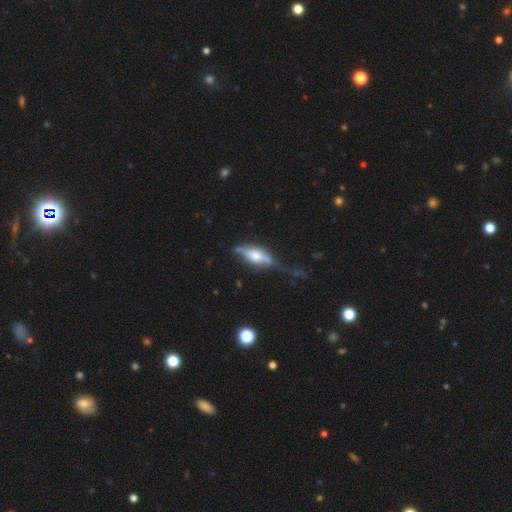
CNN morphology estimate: smooth-or-featured: featured or disk: 61% | smooth: 32% | star or artifact: 7%
  disk-edge-on: yes: 80% | no: 20%
  merging: none: 44% | minor disturbance: 30% | major disturbance: 20% | merger: 5%